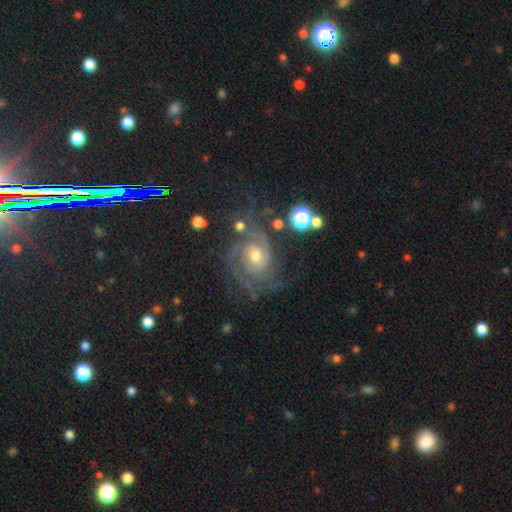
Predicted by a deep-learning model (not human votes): Q: Smooth or featured?
A: featured or disk (86%); runner-up: star or artifact (8%)
Q: Edge-on disk?
A: no (98%); runner-up: yes (2%)
Q: Bar?
A: no (70%); runner-up: weak (25%)
Q: Spiral arms?
A: yes (97%); runner-up: no (3%)
Q: Spiral winding?
A: tight (59%); runner-up: medium (34%)
Q: Spiral arm count?
A: 3 (29%); runner-up: 2 (24%)
Q: Bulge size?
A: moderate (64%); runner-up: small (28%)
Q: Merging?
A: none (64%); runner-up: minor disturbance (19%)